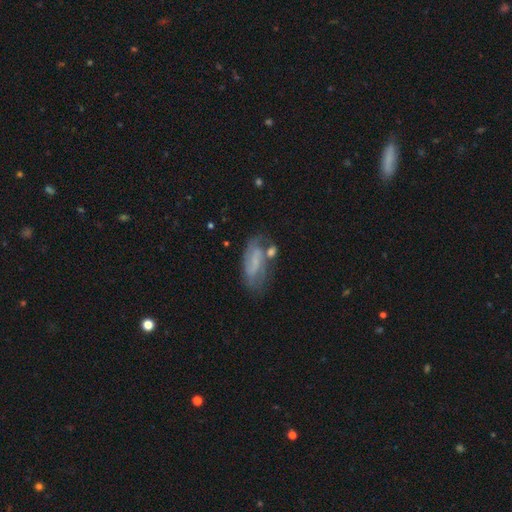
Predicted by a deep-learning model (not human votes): Smooth or featured: featured or disk — 50% (smooth — 39%)
Merging: none — 50% (minor disturbance — 24%)